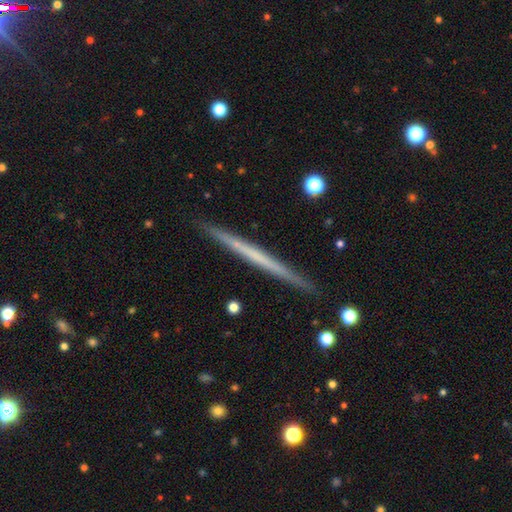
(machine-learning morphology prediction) featured or disk 56%, smooth 39%, star or artifact 5%. Down the decision tree: edge-on disk — yes (98%); edge-on bulge — none (93%); merging — none (92%).